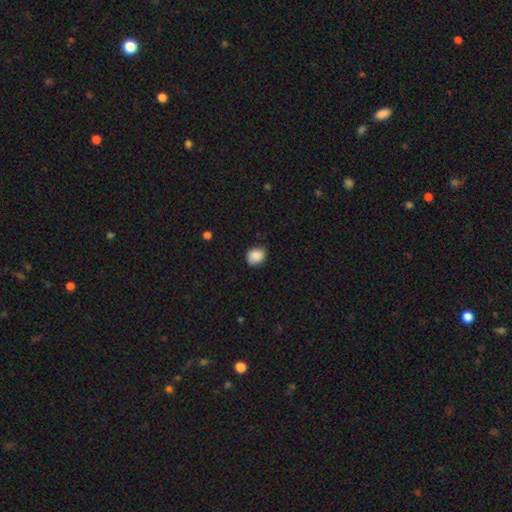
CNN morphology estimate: type=smooth (87%); roundness=round (54%); merging=none (77%).